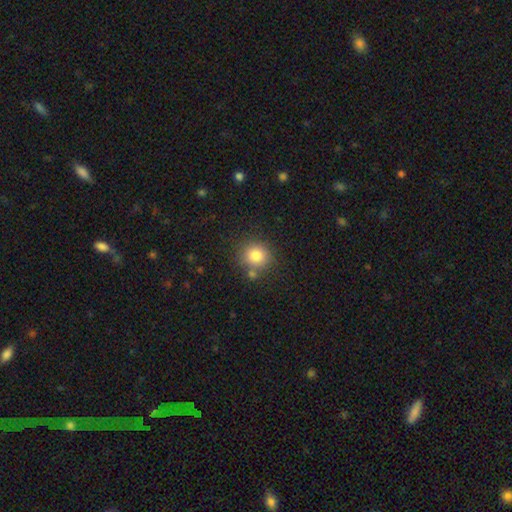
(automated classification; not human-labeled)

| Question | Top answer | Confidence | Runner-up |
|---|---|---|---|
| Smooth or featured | smooth | 82% | star or artifact (11%) |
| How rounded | round | 87% | in between (12%) |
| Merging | none | 75% | minor disturbance (11%) |